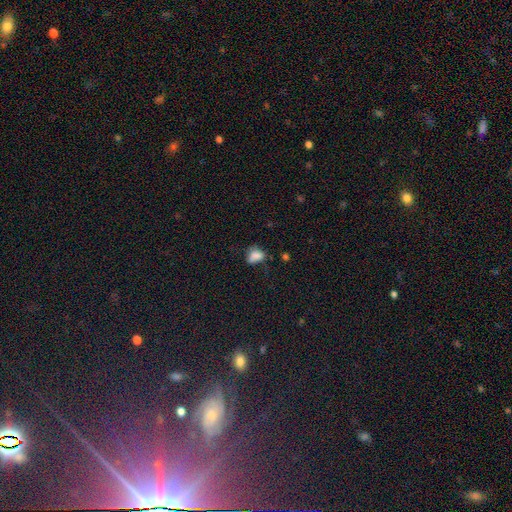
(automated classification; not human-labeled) This is likely a smooth galaxy (77%). How rounded: likely in between (77%). Merging: marginally none (36%).